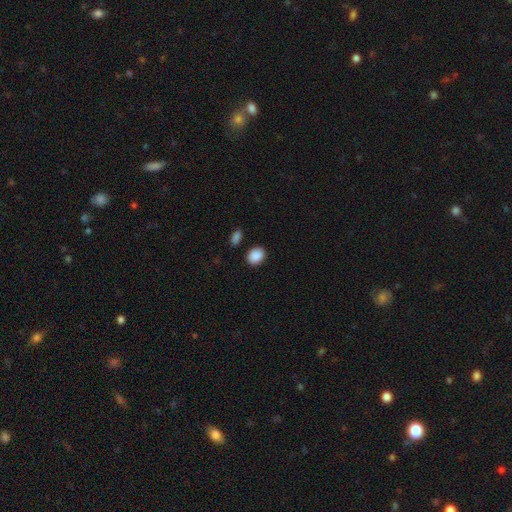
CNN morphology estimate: smooth_or_featured: smooth (p=0.90) [alt: star or artifact p=0.08]
how_rounded: in between (p=0.63) [alt: round p=0.36]
merging: none (p=0.84) [alt: minor disturbance p=0.09]